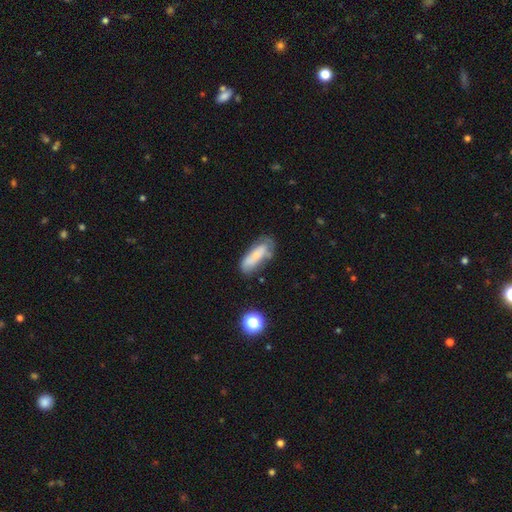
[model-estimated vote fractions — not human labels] Q: Smooth or featured?
A: smooth (55%); runner-up: featured or disk (36%)
Q: How rounded?
A: in between (68%); runner-up: cigar-shaped (29%)
Q: Merging?
A: none (49%); runner-up: minor disturbance (29%)